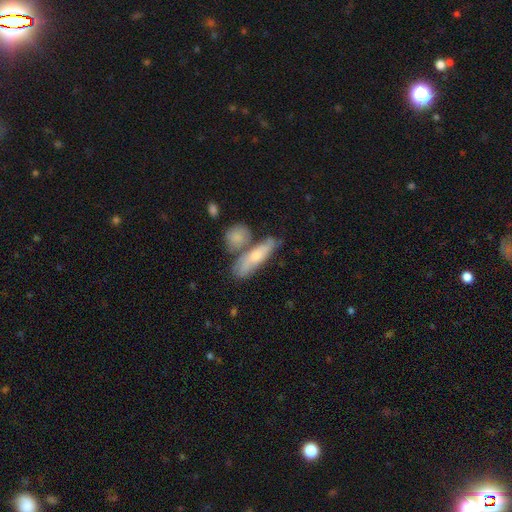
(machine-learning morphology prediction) A smooth galaxy with no disk features (56%) that is cigar-shaped (48%). Merging: none (47%).